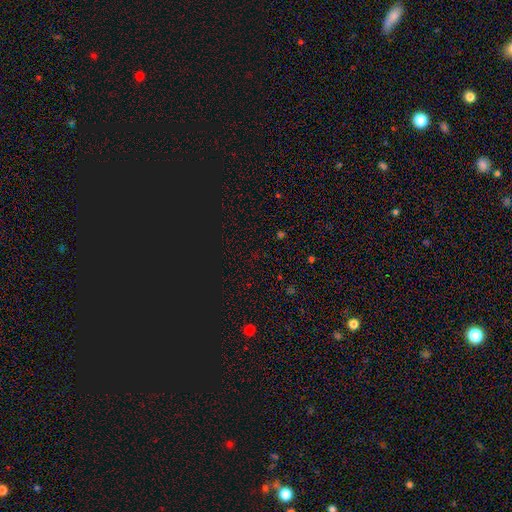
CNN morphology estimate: Overall: star or artifact (70%).